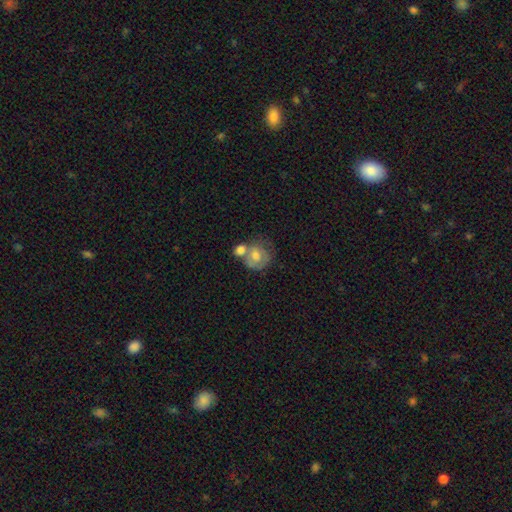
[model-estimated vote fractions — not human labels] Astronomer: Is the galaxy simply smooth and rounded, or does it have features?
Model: smooth — 58% (runner-up: featured or disk, 35%).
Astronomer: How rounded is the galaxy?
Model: round — 76%.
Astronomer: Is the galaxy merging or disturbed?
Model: merger — 51% (runner-up: none, 29%).